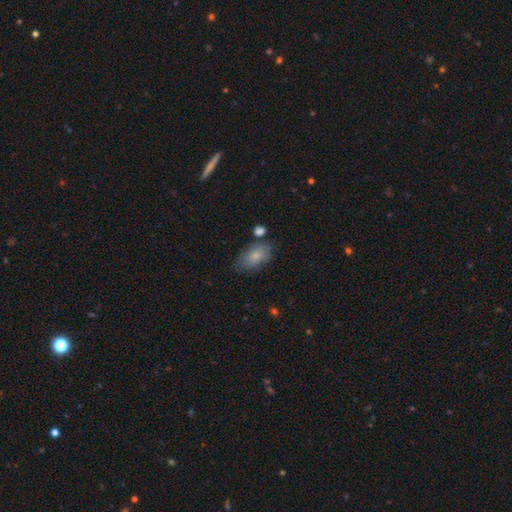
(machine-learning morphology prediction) This is likely a smooth galaxy (76%). How rounded: clearly in between (92%). Merging: likely none (66%).